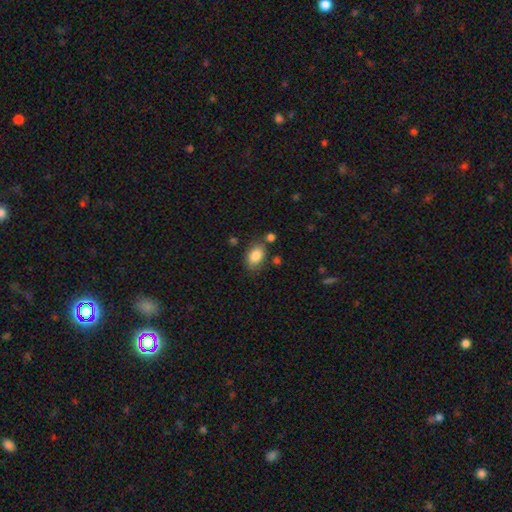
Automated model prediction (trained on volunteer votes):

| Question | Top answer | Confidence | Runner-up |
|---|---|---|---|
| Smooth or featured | smooth | 86% | star or artifact (8%) |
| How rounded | in between | 86% | round (12%) |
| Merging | none | 73% | minor disturbance (16%) |